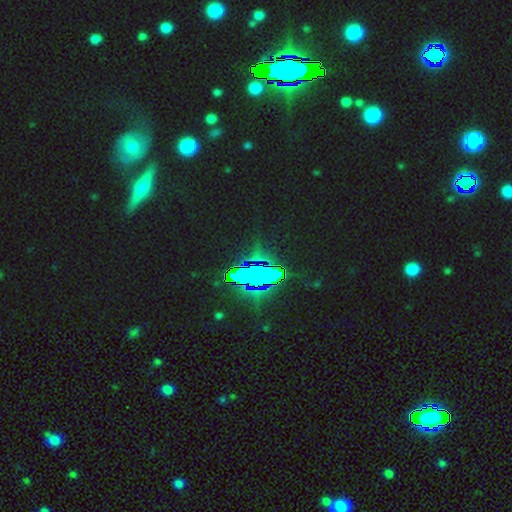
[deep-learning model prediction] A star or artifact, not a galaxy (81%).